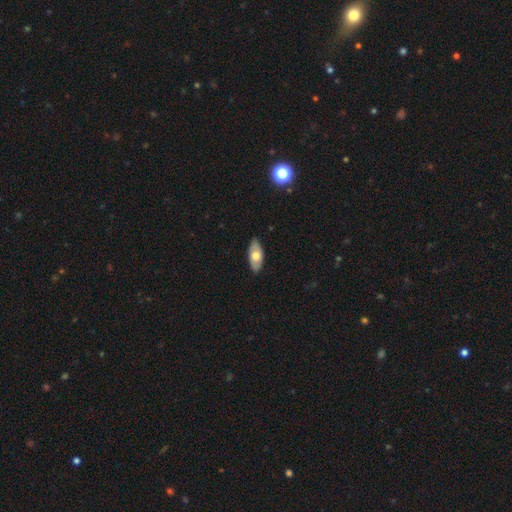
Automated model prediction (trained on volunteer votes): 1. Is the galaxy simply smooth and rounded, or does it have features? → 65% smooth, 29% featured or disk, 6% star or artifact.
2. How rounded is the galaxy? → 88% in between, 10% cigar-shaped, 2% round.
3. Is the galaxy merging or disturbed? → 86% none, 11% minor disturbance, 2% major disturbance, 1% merger.